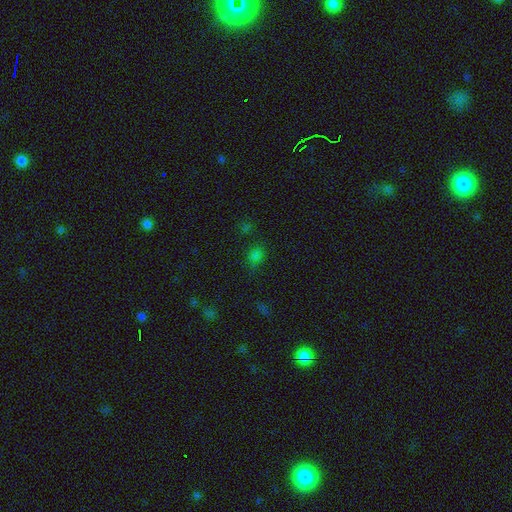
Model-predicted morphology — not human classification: Q: Smooth or featured?
A: smooth (70%); runner-up: star or artifact (25%)
Q: How rounded?
A: round (51%); runner-up: in between (47%)
Q: Merging?
A: none (69%); runner-up: minor disturbance (20%)